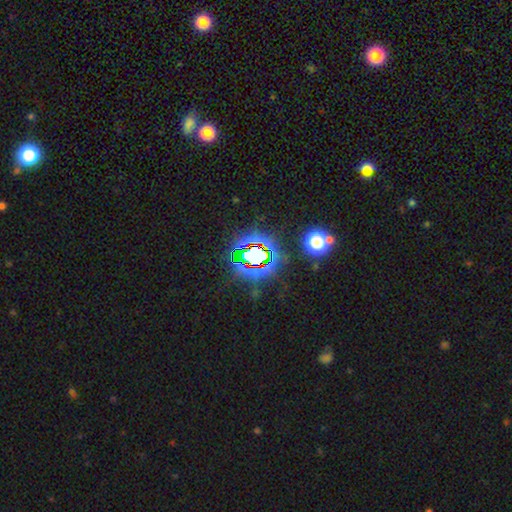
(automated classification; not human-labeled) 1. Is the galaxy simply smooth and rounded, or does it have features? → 77% star or artifact, 13% smooth, 10% featured or disk.